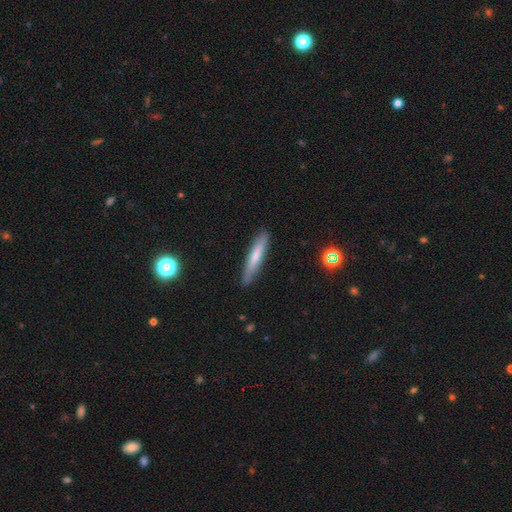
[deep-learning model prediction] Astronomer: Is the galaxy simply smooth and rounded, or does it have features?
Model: smooth — 63%.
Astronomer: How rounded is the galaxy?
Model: cigar-shaped — 91%.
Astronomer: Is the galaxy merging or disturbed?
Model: none — 87%.